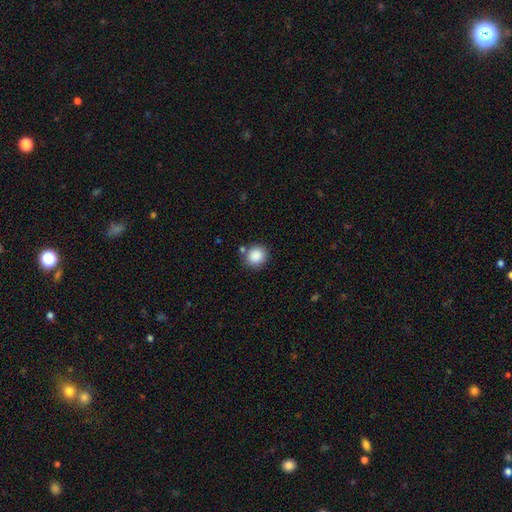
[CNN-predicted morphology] Smooth or featured?
  - smooth: 88% *
  - star or artifact: 9%
  - featured or disk: 3%
How rounded?
  - round: 89% *
  - in between: 11%
  - cigar-shaped: 1%
Merging?
  - none: 79% *
  - minor disturbance: 10%
  - merger: 7%
  - major disturbance: 3%